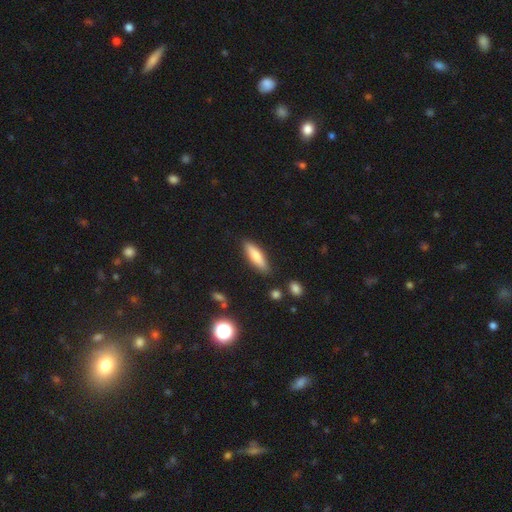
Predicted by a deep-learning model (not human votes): Q: Smooth or featured?
A: smooth (68%); runner-up: featured or disk (25%)
Q: How rounded?
A: cigar-shaped (63%); runner-up: in between (35%)
Q: Merging?
A: none (86%); runner-up: minor disturbance (10%)